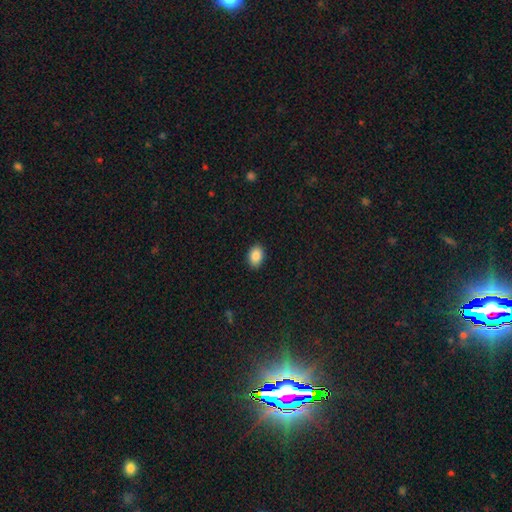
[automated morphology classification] Smooth or featured? smooth (88%)
How rounded? in between (80%)
Merging? none (89%)